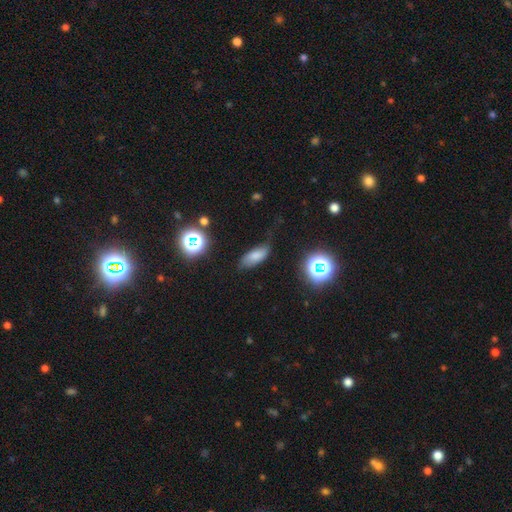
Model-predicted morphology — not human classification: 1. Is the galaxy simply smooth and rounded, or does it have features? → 72% smooth, 14% star or artifact, 14% featured or disk.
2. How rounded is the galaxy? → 81% in between, 15% cigar-shaped, 4% round.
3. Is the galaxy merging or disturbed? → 65% none, 25% minor disturbance, 8% major disturbance, 3% merger.